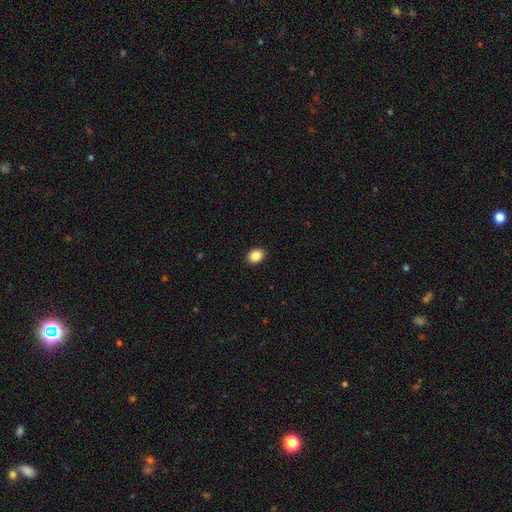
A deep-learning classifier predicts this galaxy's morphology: Smooth or featured: smooth — 87% (star or artifact — 9%)
How rounded: in between — 61% (round — 38%)
Merging: none — 91% (minor disturbance — 6%)